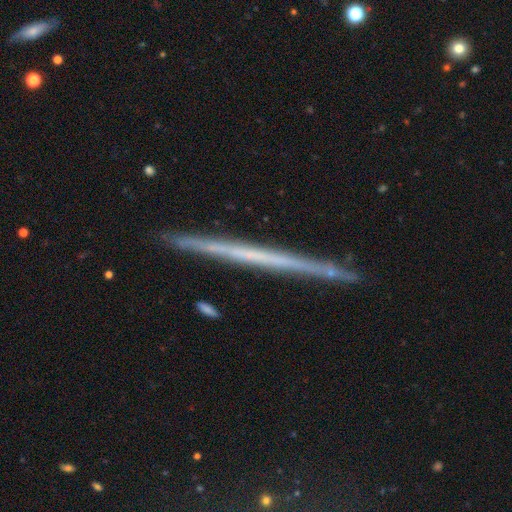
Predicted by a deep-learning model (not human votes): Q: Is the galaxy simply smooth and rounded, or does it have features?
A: featured or disk — 65%.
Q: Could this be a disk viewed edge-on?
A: yes — 97%.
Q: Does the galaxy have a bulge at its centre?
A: none — 93%.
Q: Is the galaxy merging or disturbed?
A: none — 89%.